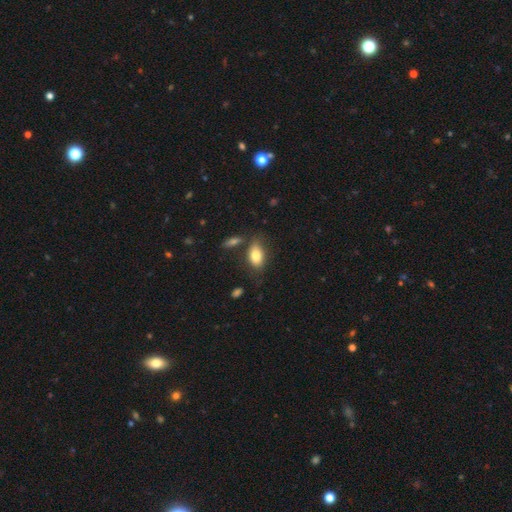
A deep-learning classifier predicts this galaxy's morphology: A smooth galaxy with no disk features (81%) that is in between round and cigar-shaped (89%). Merging: none (70%).